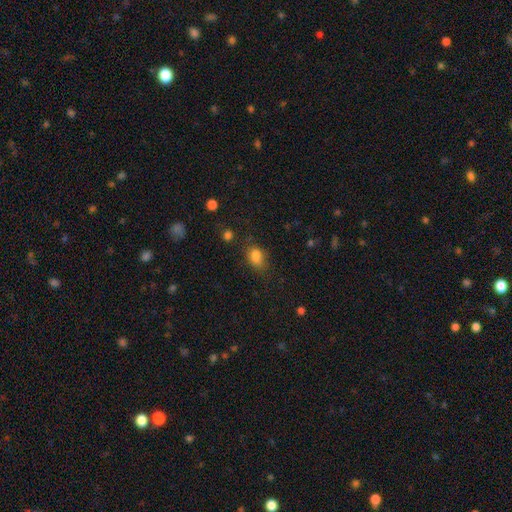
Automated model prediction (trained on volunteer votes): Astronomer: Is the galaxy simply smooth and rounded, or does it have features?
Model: smooth — 81%.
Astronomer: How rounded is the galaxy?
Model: in between — 73%.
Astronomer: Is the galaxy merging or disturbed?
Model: none — 58%.